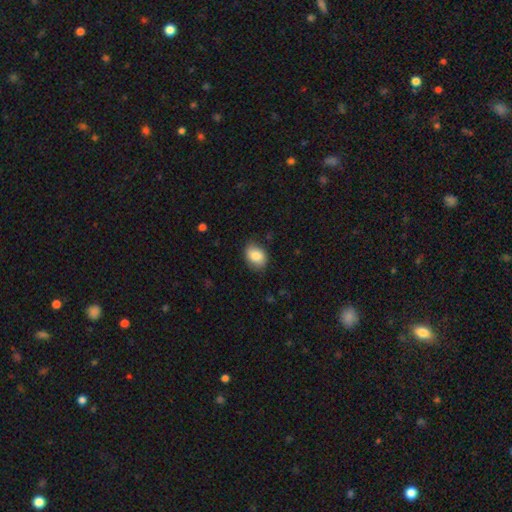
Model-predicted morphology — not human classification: smooth-or-featured: smooth: 82% | featured or disk: 11% | star or artifact: 8%
  how-rounded: in between: 69% | round: 30% | cigar-shaped: 1%
  merging: none: 79% | minor disturbance: 16% | major disturbance: 3% | merger: 1%